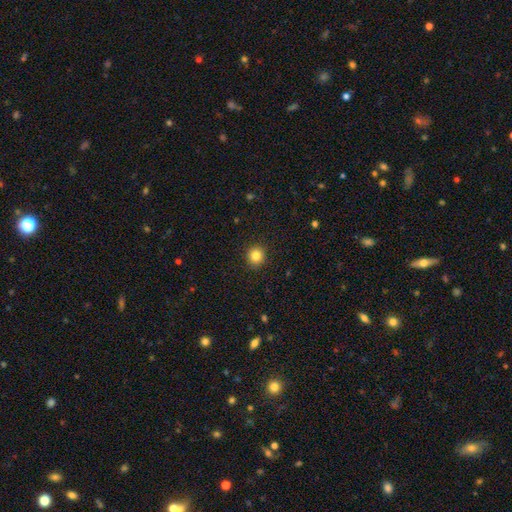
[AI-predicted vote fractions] The model was most divided on "smooth or featured": smooth: 83%, star or artifact: 11%, featured or disk: 6%. More confident: merging — none (92%); how rounded — round (91%).